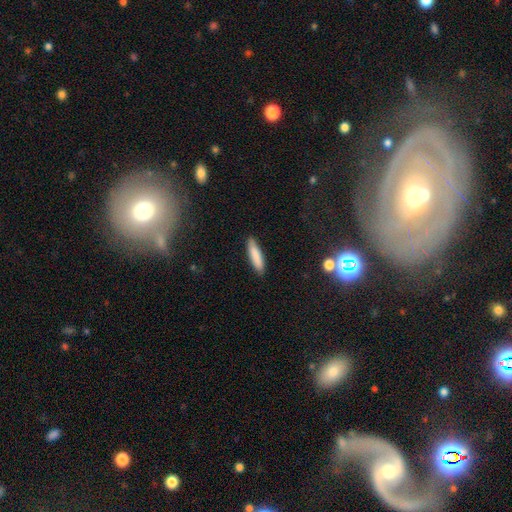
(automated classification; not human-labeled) smooth_or_featured: smooth (p=0.85) [alt: featured or disk p=0.09]
how_rounded: cigar-shaped (p=0.79) [alt: in between p=0.20]
merging: none (p=0.88) [alt: minor disturbance p=0.09]